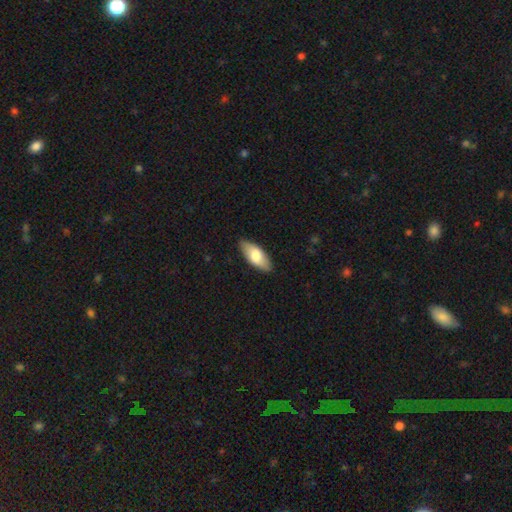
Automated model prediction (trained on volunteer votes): A smooth galaxy with no disk features (74%) that is in between round and cigar-shaped (82%).

Vote fractions:
- Smooth or featured? smooth: 74% / featured or disk: 20% / star or artifact: 5%
- How rounded? in between: 82% / cigar-shaped: 16% / round: 2%
- Merging? none: 86% / minor disturbance: 11% / major disturbance: 2% / merger: 1%